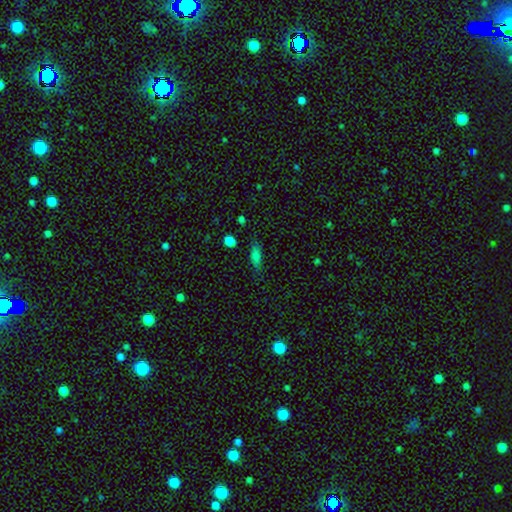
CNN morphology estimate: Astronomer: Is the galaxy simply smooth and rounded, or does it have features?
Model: smooth — 73%.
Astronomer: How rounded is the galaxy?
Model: in between — 61%.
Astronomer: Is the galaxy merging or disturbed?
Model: none — 76%.